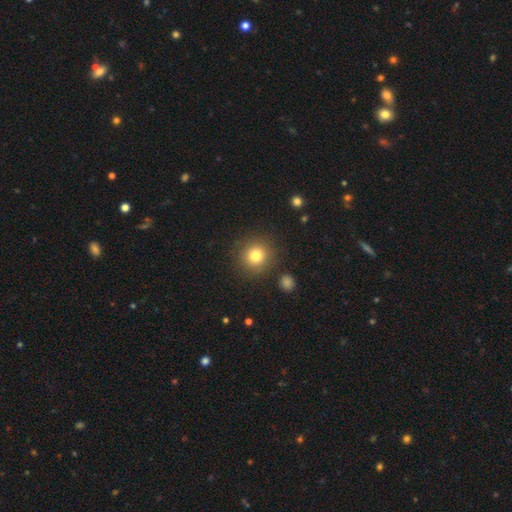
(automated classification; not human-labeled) Q: Smooth or featured?
A: smooth (80%); runner-up: star or artifact (12%)
Q: How rounded?
A: round (92%); runner-up: in between (7%)
Q: Merging?
A: none (87%); runner-up: minor disturbance (7%)